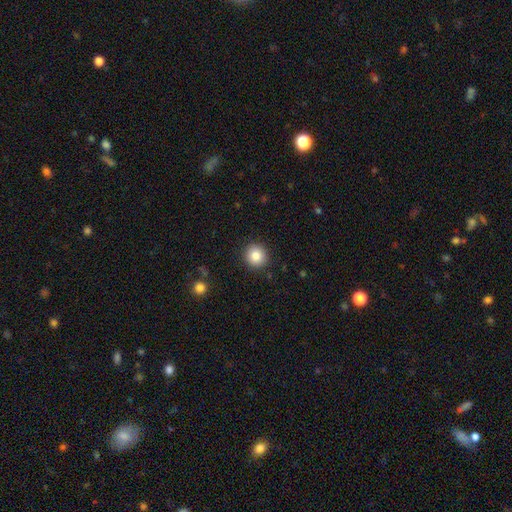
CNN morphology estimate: smooth_or_featured: smooth (p=0.84) [alt: star or artifact p=0.10]
how_rounded: round (p=0.93) [alt: in between p=0.06]
merging: none (p=0.91) [alt: minor disturbance p=0.06]